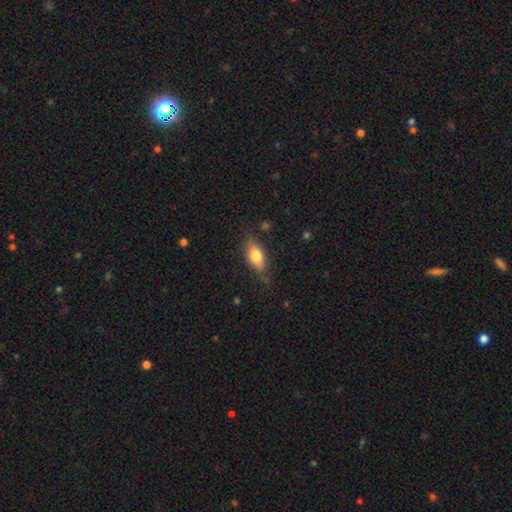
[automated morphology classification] Smooth or featured?
  - smooth: 74% *
  - featured or disk: 19%
  - star or artifact: 7%
How rounded?
  - in between: 81% *
  - cigar-shaped: 15%
  - round: 5%
Merging?
  - none: 73% *
  - minor disturbance: 21%
  - major disturbance: 5%
  - merger: 2%